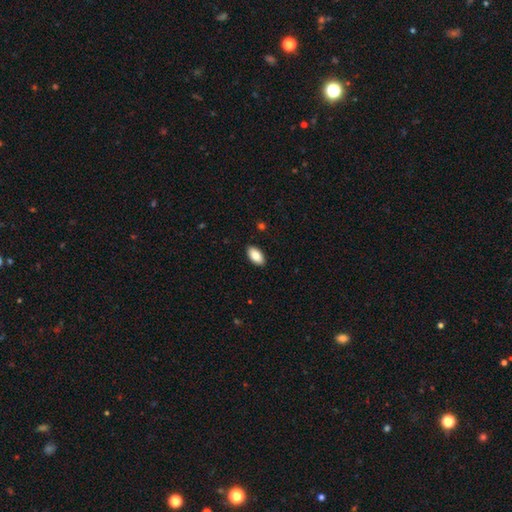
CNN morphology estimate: smooth_or_featured: smooth (p=0.87) [alt: featured or disk p=0.07]
how_rounded: in between (p=0.95) [alt: cigar-shaped p=0.03]
merging: none (p=0.90) [alt: minor disturbance p=0.08]